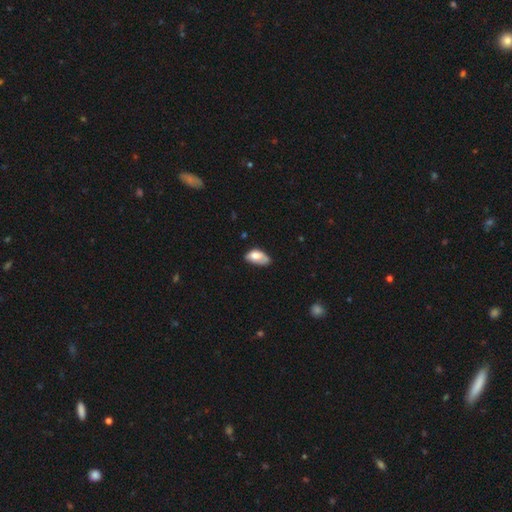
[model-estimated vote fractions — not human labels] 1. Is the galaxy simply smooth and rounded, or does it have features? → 70% smooth, 23% featured or disk, 7% star or artifact.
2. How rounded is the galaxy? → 93% in between, 5% round, 3% cigar-shaped.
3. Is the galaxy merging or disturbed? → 41% minor disturbance, 36% none, 18% major disturbance, 5% merger.